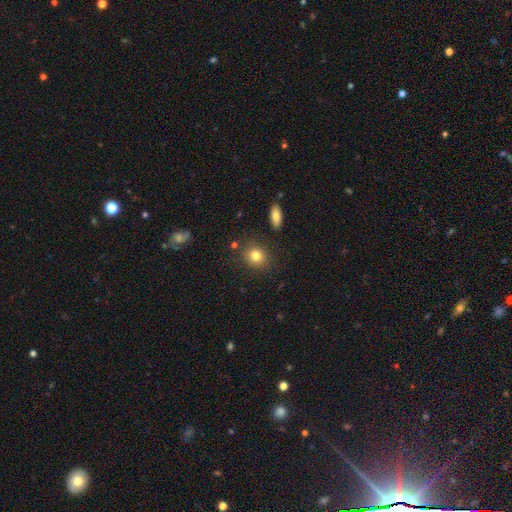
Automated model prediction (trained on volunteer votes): Q: Smooth or featured?
A: smooth (81%); runner-up: star or artifact (11%)
Q: How rounded?
A: round (73%); runner-up: in between (25%)
Q: Merging?
A: none (83%); runner-up: minor disturbance (10%)